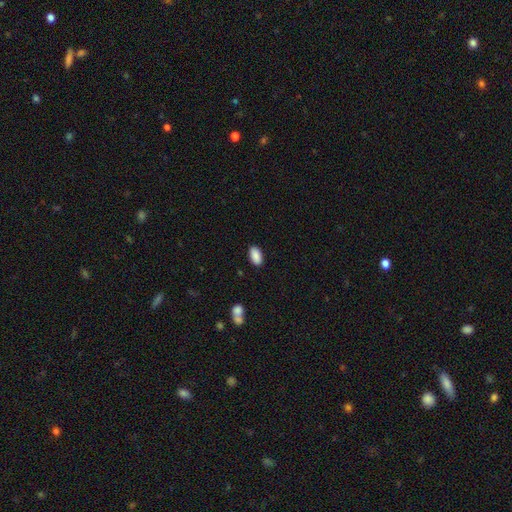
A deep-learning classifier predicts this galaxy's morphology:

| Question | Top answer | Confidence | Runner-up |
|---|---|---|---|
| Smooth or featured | smooth | 89% | star or artifact (7%) |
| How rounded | in between | 94% | round (3%) |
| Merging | none | 87% | minor disturbance (9%) |